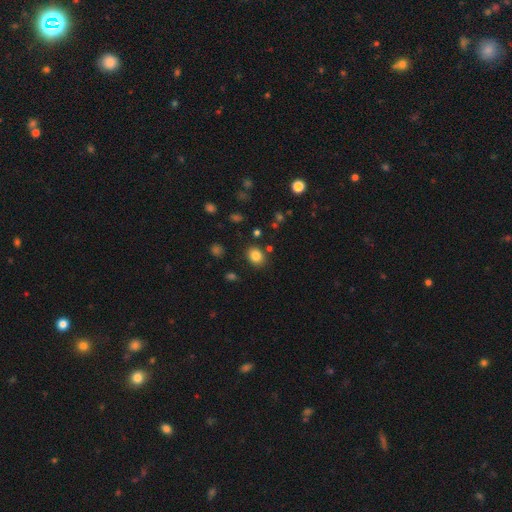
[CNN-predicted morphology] Q: Smooth or featured?
A: smooth (83%); runner-up: star or artifact (11%)
Q: How rounded?
A: round (50%); runner-up: in between (49%)
Q: Merging?
A: none (84%); runner-up: minor disturbance (10%)